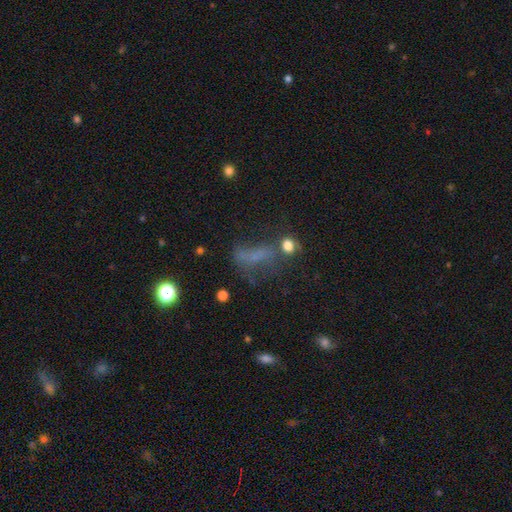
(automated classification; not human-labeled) Smooth or featured? Predicted: smooth (p=0.43). Merging? Predicted: major disturbance (p=0.35).